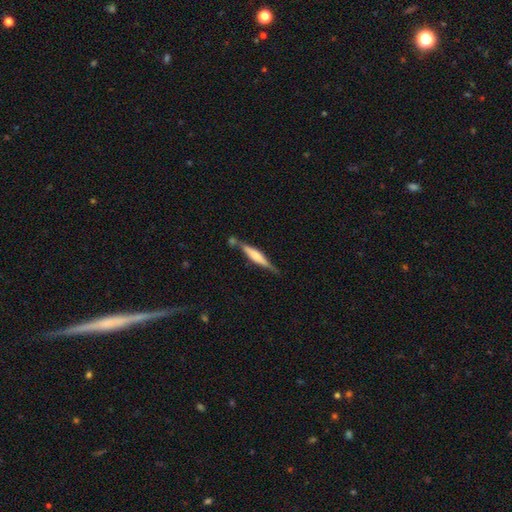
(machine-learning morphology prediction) Smooth or featured? Predicted: featured or disk (p=0.58). Edge-on disk? Predicted: yes (p=0.96). Edge-on bulge? Predicted: rounded (p=0.48). Merging? Predicted: none (p=0.70).